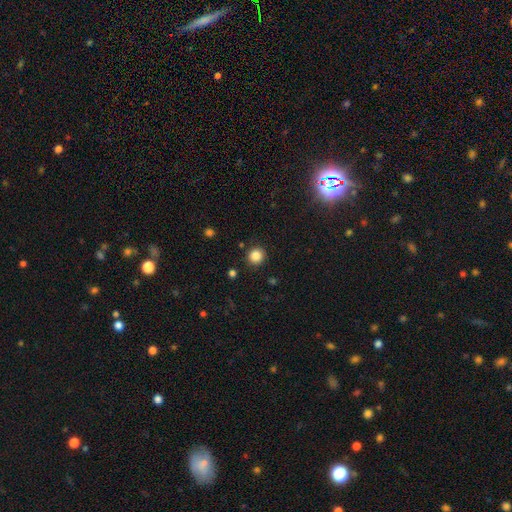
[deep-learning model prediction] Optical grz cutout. It shows a smooth galaxy with no disk features (85%) that is round (93%). Merging: none (91%).